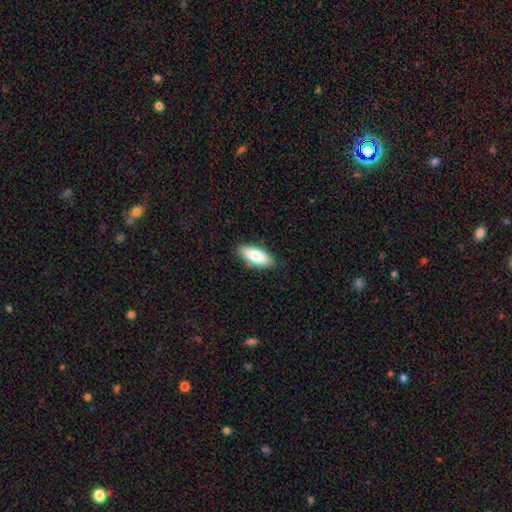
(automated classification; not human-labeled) Overall: smooth (79%). How rounded: in between (72%). Merging: none (87%).